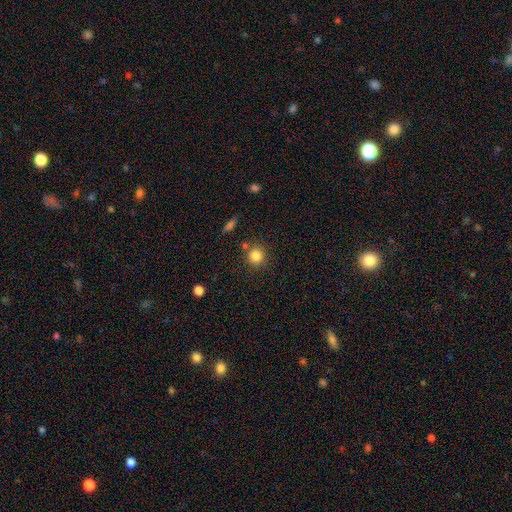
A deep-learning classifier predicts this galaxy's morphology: Smooth or featured? smooth (84%)
How rounded? round (89%)
Merging? none (78%)